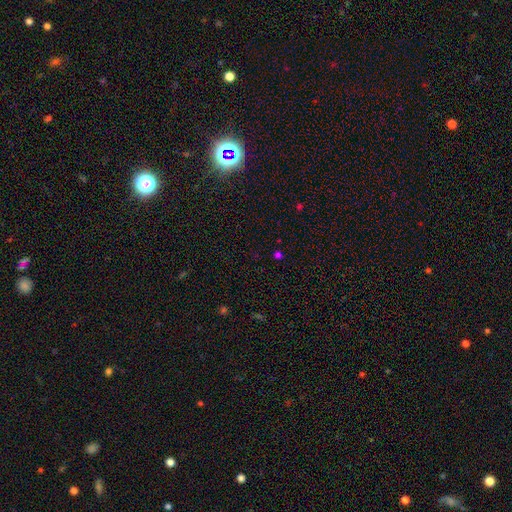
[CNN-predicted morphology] star or artifact 57%, smooth 36%, featured or disk 6%.